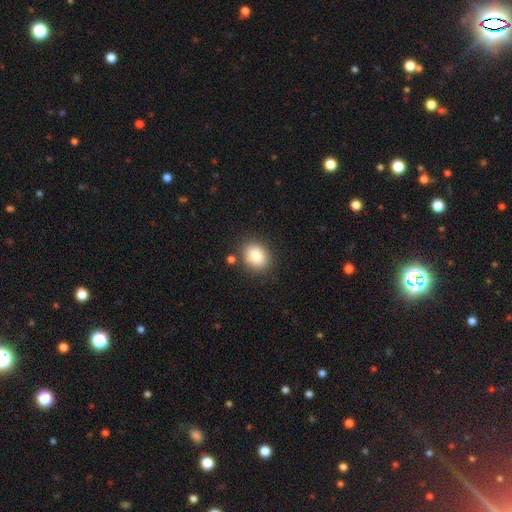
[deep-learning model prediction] This is clearly a smooth galaxy (84%). How rounded: possibly round (55%). Merging: clearly none (82%).